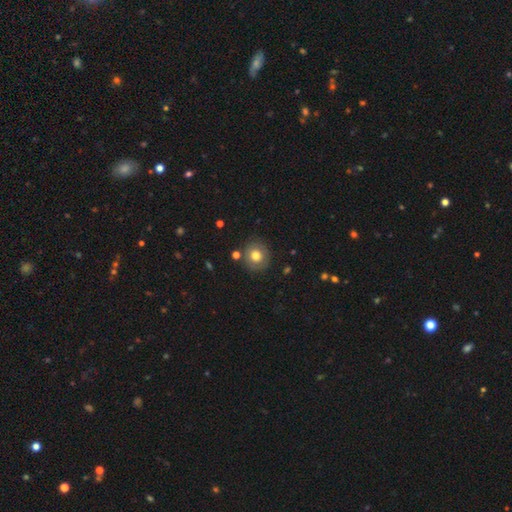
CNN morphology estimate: A smooth galaxy with no disk features (72%) that is round (89%). Merging: none (83%).